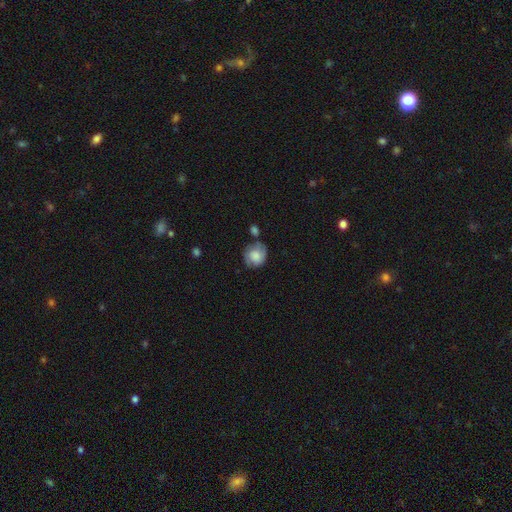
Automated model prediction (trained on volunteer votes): A smooth galaxy with no disk features (65%) that is round (77%).

Vote fractions:
- Smooth or featured? smooth: 65% / featured or disk: 27% / star or artifact: 8%
- How rounded? round: 77% / in between: 22% / cigar-shaped: 1%
- Merging? none: 54% / minor disturbance: 26% / merger: 10% / major disturbance: 9%